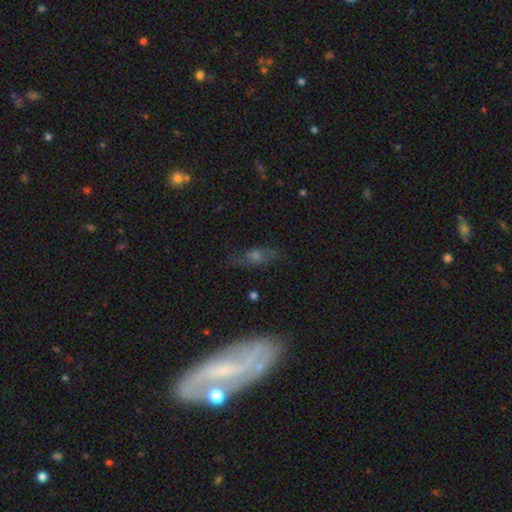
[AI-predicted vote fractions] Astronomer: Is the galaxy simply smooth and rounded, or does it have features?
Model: featured or disk — 39% (runner-up: smooth, 38%).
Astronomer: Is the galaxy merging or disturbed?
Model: none — 68%.